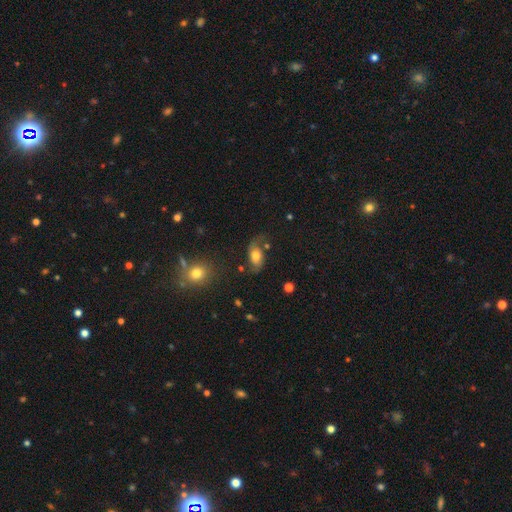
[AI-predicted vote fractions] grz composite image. It shows a smooth galaxy with no disk features (54%) that is in between round and cigar-shaped (85%). Merging: none (58%).